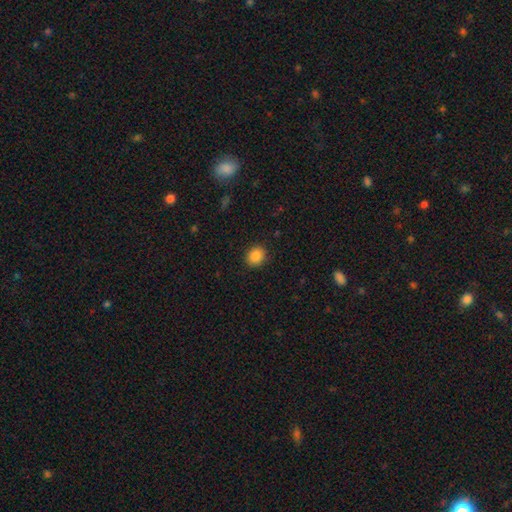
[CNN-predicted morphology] Overall: smooth (87%). How rounded: round (72%). Merging: none (90%).